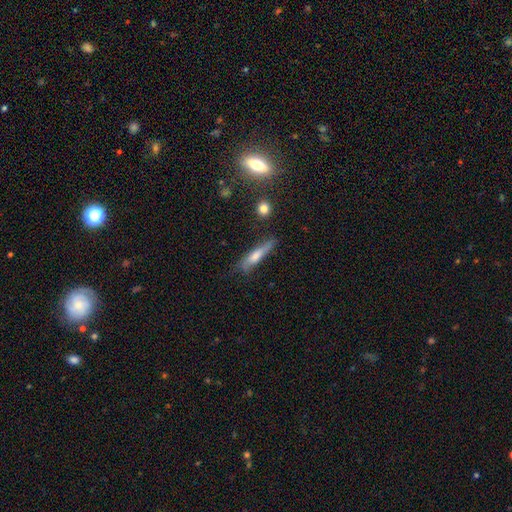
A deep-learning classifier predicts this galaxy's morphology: Smooth or featured: smooth — 55% (featured or disk — 37%)
How rounded: cigar-shaped — 85% (in between — 12%)
Merging: none — 68% (minor disturbance — 24%)